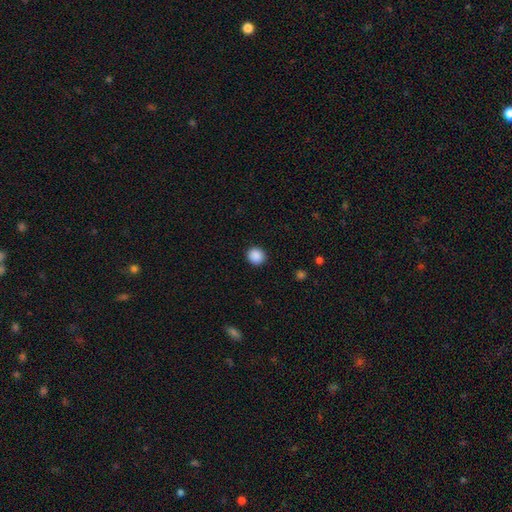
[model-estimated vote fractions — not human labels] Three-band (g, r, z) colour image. It shows a smooth galaxy with no disk features (89%) that is round (90%). Merging: none (92%).